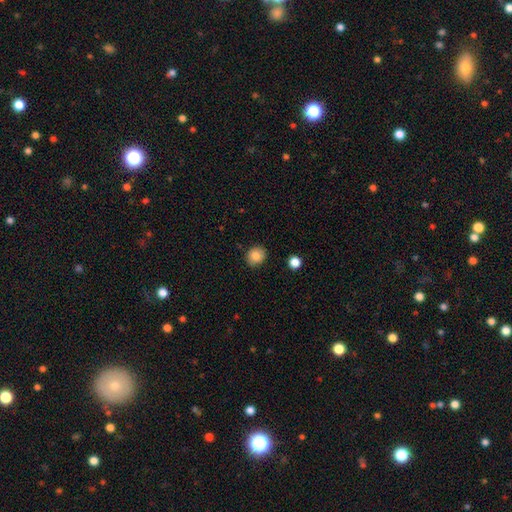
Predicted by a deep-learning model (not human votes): Morphology: type=smooth (84%); roundness=round (76%); merging=none (88%).